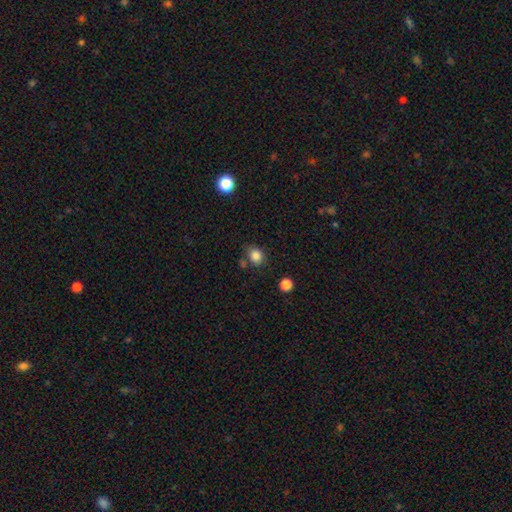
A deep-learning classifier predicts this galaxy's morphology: A smooth galaxy with no disk features (84%) that is round (58%).

Vote fractions:
- Smooth or featured? smooth: 84% / star or artifact: 11% / featured or disk: 5%
- How rounded? round: 58% / in between: 41% / cigar-shaped: 1%
- Merging? none: 68% / minor disturbance: 18% / merger: 9% / major disturbance: 5%